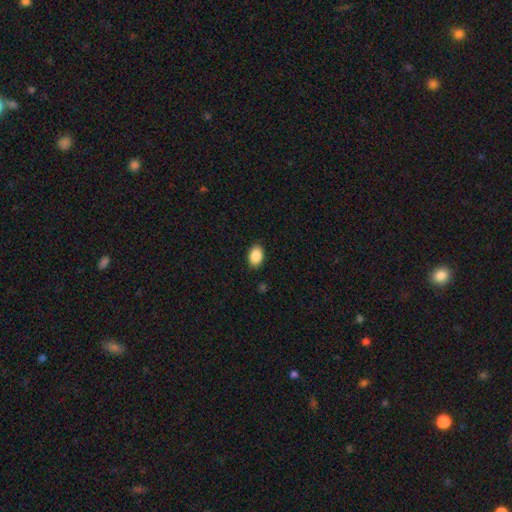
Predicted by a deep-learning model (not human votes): This is clearly a smooth galaxy (89%). How rounded: clearly in between (85%). Merging: clearly none (89%).